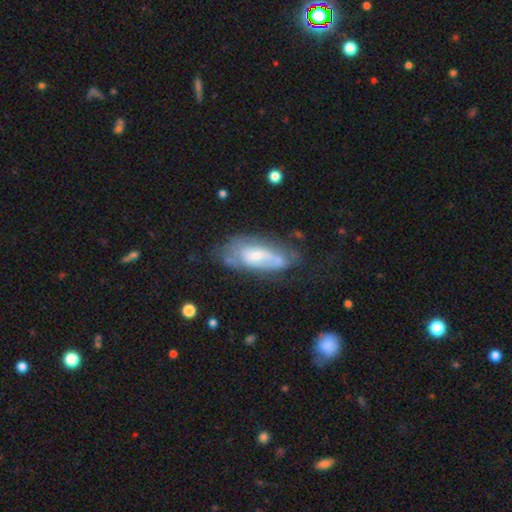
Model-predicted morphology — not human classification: A featured or disk galaxy (57%). Merging: none (47%).